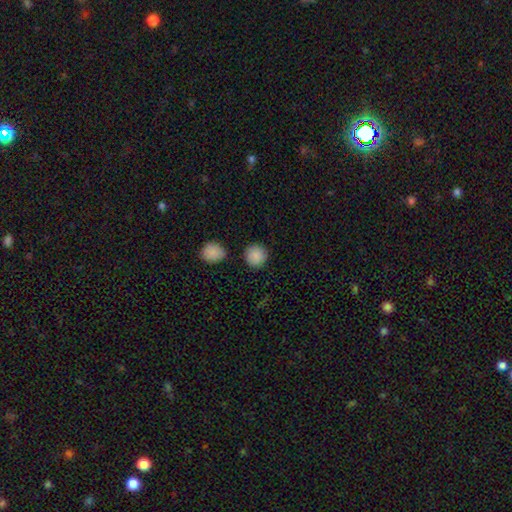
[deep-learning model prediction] Smooth or featured? smooth (87%)
How rounded? round (94%)
Merging? none (87%)